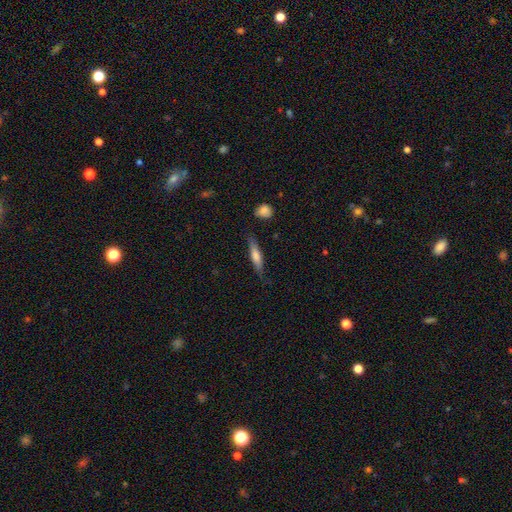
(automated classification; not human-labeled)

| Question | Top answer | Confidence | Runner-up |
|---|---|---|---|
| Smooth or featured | smooth | 61% | featured or disk (33%) |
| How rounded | cigar-shaped | 82% | in between (16%) |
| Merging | none | 79% | minor disturbance (16%) |